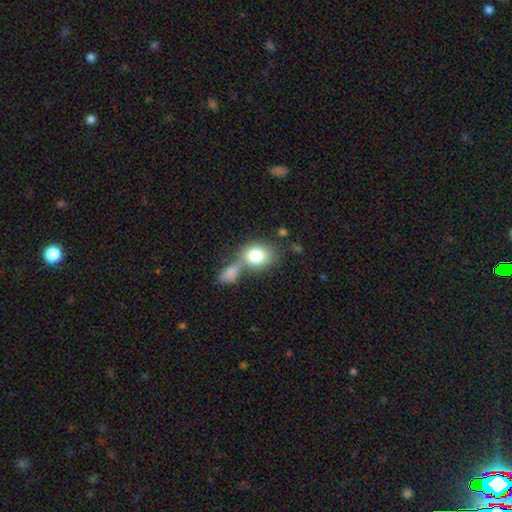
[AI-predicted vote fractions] This appears to be a smooth galaxy with no disk features (78%) that is round (50%). Merging: merger (43%).